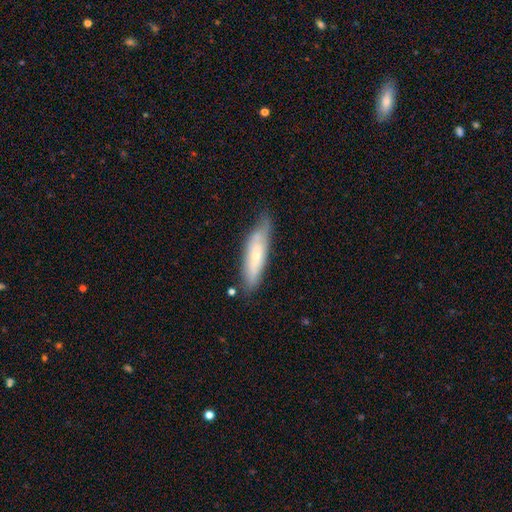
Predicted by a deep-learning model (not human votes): Overall: smooth (50%; featured or disk 43%). How rounded: cigar-shaped (71%). Merging: none (68%).